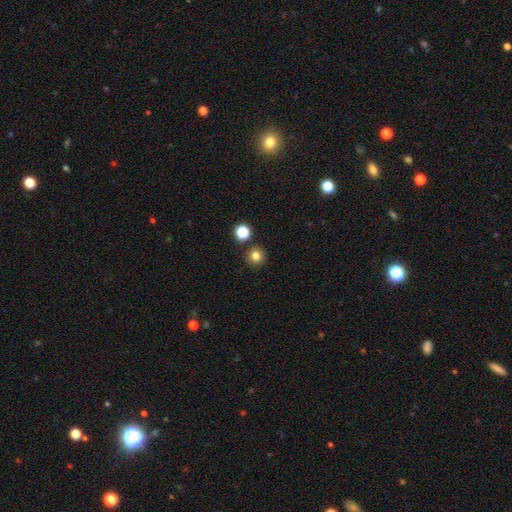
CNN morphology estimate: Overall: smooth (80%). How rounded: round (94%). Merging: none (87%).